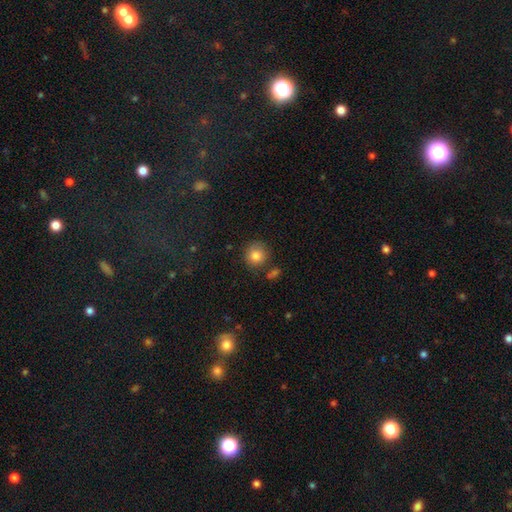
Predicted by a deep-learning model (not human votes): Morphology: type=smooth (83%); roundness=round (89%); merging=none (77%).